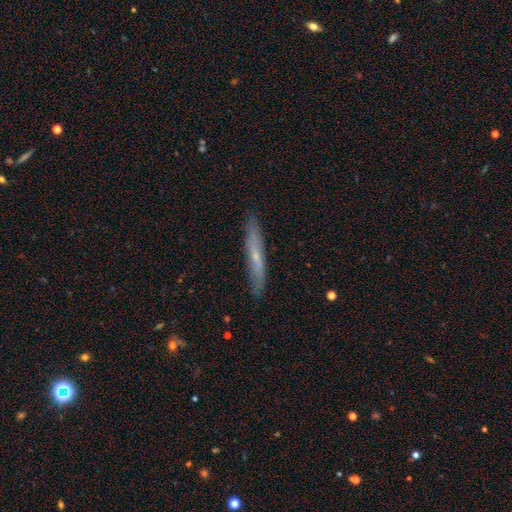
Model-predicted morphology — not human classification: A featured or disk galaxy (49%).

Vote fractions:
- Smooth or featured? featured or disk: 49% / smooth: 44% / star or artifact: 7%
- Merging? none: 87% / minor disturbance: 10% / major disturbance: 2% / merger: 1%